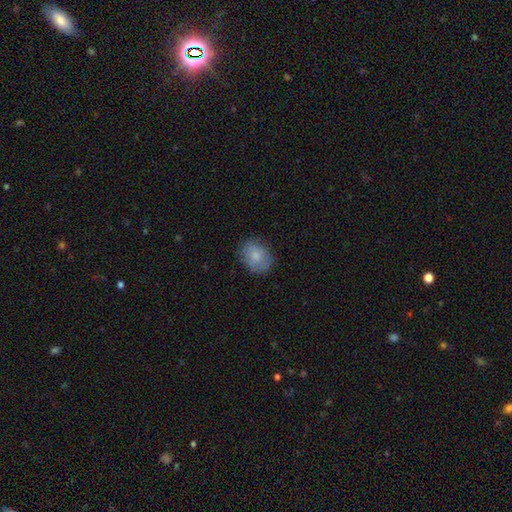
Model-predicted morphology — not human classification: smooth 79%, featured or disk 14%, star or artifact 7%. Down the decision tree: how rounded — in between (58%); merging — none (77%).